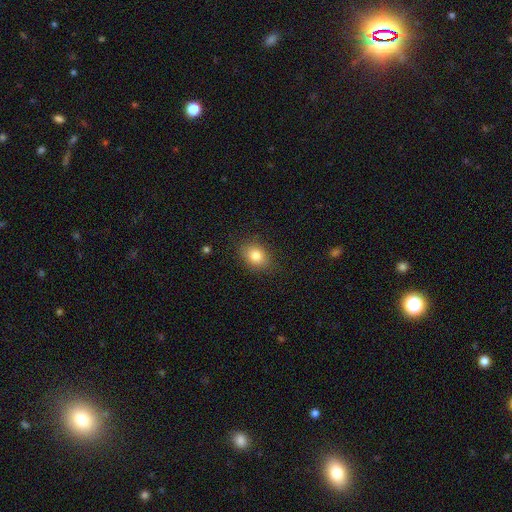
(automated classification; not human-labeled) Morphology: type=smooth (82%); roundness=in between (62%); merging=none (84%).